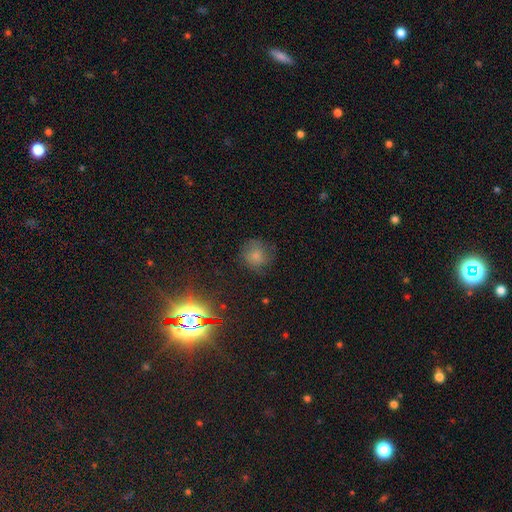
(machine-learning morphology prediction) type=smooth (68%); roundness=round (88%); merging=none (72%).